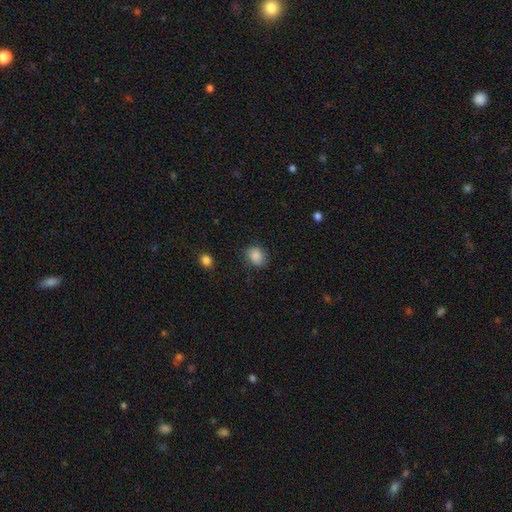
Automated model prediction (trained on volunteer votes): Q: Smooth or featured?
A: smooth (87%); runner-up: star or artifact (9%)
Q: How rounded?
A: in between (52%); runner-up: round (47%)
Q: Merging?
A: none (77%); runner-up: minor disturbance (17%)